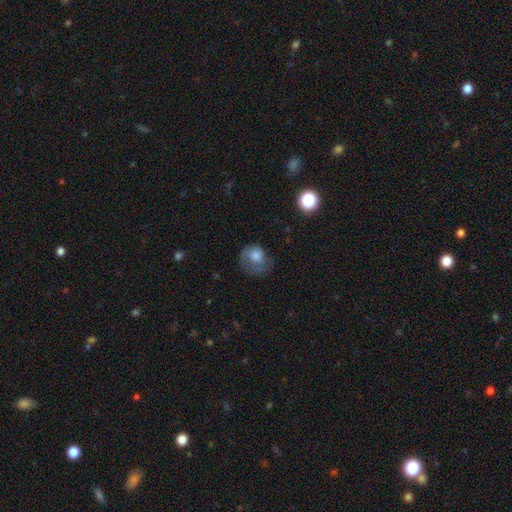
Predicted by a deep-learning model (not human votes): smooth-or-featured: smooth: 65% | featured or disk: 25% | star or artifact: 9%
  how-rounded: round: 71% | in between: 28% | cigar-shaped: 1%
  merging: none: 40% | major disturbance: 31% | minor disturbance: 27% | merger: 2%